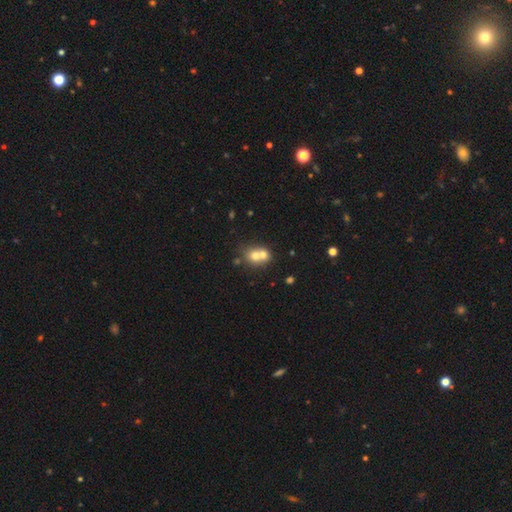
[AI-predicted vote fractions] Overall: smooth (67%). How rounded: round (66%; in between 33%). Merging: merger (65%; none 26%).